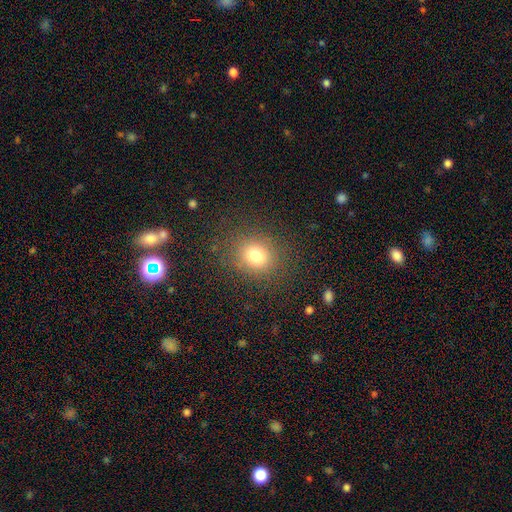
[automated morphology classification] The model was most divided on "how rounded": round: 75%, in between: 24%, cigar-shaped: 1%. More confident: merging — none (86%); smooth or featured — smooth (77%).